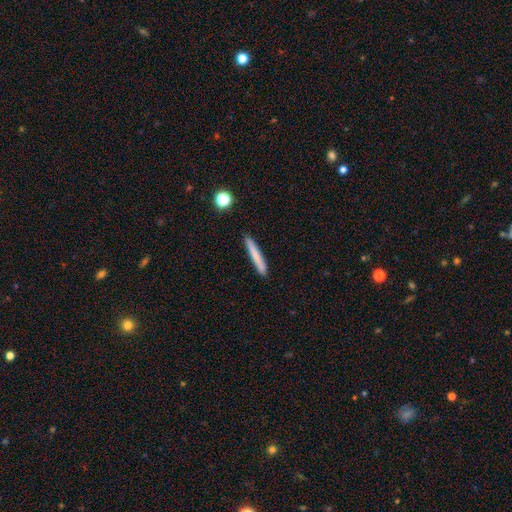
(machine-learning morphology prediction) This appears to be a smooth galaxy with no disk features (75%) that is cigar-shaped (96%). Merging: none (90%).